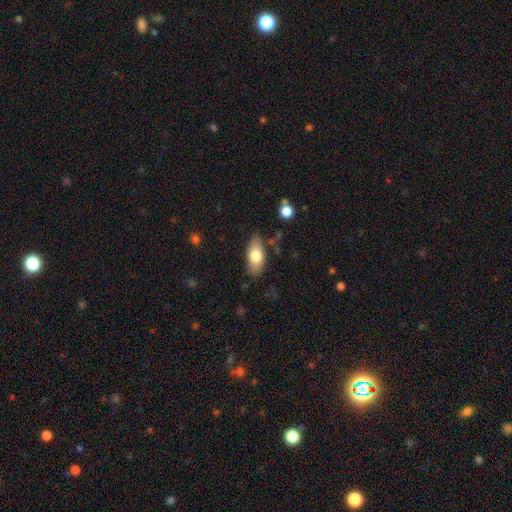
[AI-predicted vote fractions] This is likely a smooth galaxy (76%). How rounded: clearly in between (88%). Merging: likely none (79%).